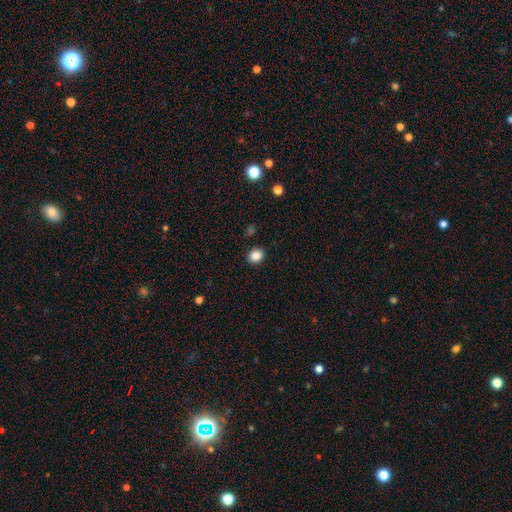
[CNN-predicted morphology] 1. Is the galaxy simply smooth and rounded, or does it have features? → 86% smooth, 10% star or artifact, 4% featured or disk.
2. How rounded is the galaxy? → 55% round, 45% in between, 1% cigar-shaped.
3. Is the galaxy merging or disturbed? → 88% none, 8% minor disturbance, 2% major disturbance, 1% merger.